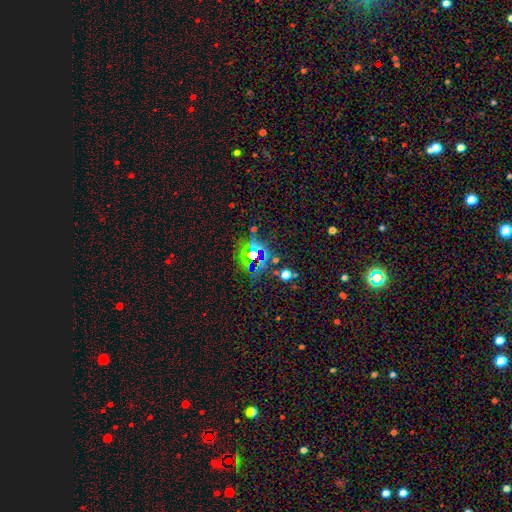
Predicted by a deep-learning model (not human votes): Smooth or featured?
  - star or artifact: 73% *
  - smooth: 17%
  - featured or disk: 11%